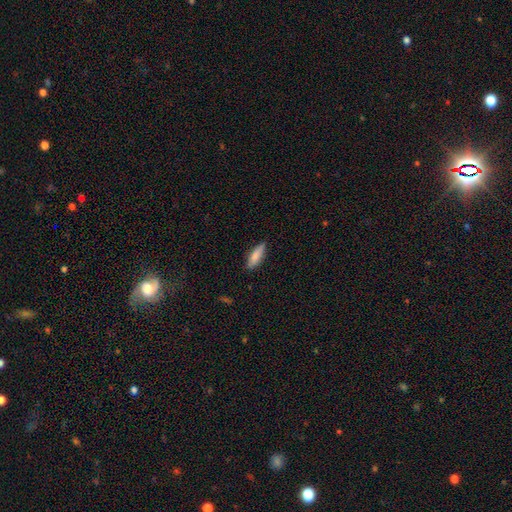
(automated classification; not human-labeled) smooth-or-featured: smooth: 81% | featured or disk: 13% | star or artifact: 6%
  how-rounded: in between: 52% | cigar-shaped: 46% | round: 2%
  merging: none: 82% | minor disturbance: 14% | major disturbance: 2% | merger: 1%